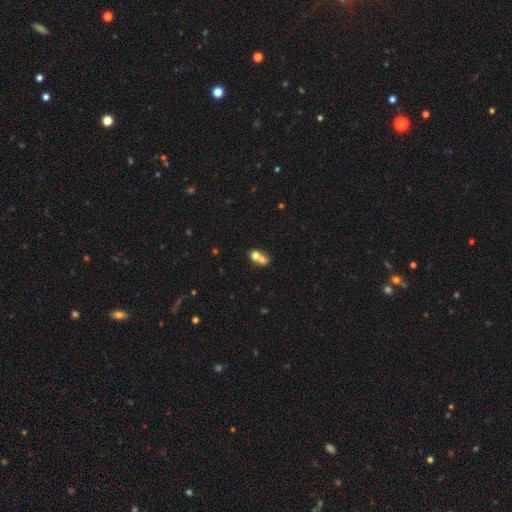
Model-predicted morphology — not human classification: Smooth or featured: smooth — 68% (featured or disk — 20%)
How rounded: round — 63% (in between — 35%)
Merging: merger — 67% (none — 26%)